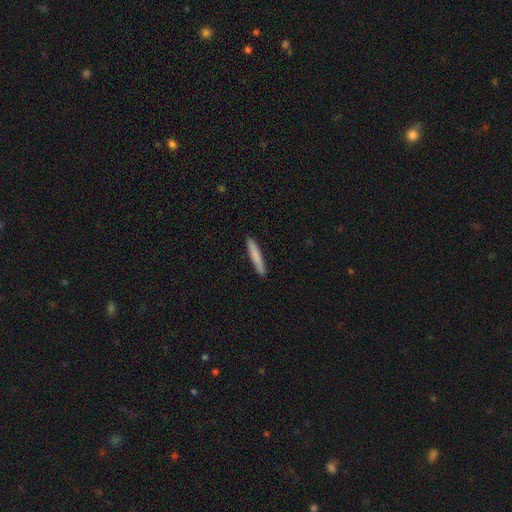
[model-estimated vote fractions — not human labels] Smooth or featured? Predicted: smooth (p=0.78). How rounded? Predicted: cigar-shaped (p=0.95). Merging? Predicted: none (p=0.90).